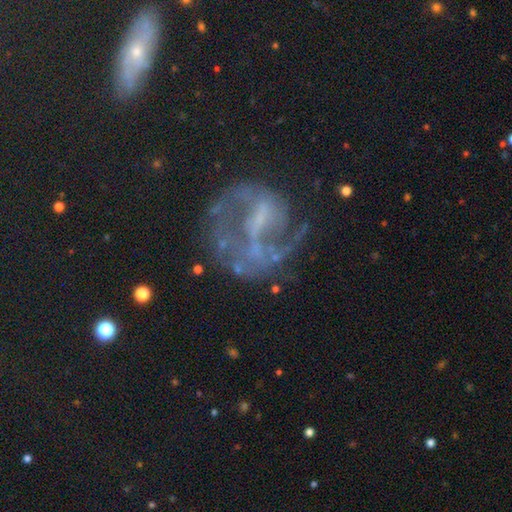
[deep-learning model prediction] Q: Smooth or featured?
A: featured or disk (77%); runner-up: star or artifact (13%)
Q: Edge-on disk?
A: no (98%); runner-up: yes (2%)
Q: Bar?
A: weak (40%); runner-up: no (31%)
Q: Spiral arms?
A: yes (75%); runner-up: no (25%)
Q: Spiral winding?
A: medium (42%); runner-up: loose (35%)
Q: Spiral arm count?
A: 2 (52%); runner-up: 1 (21%)
Q: Bulge size?
A: none (55%); runner-up: small (27%)
Q: Merging?
A: none (51%); runner-up: major disturbance (27%)